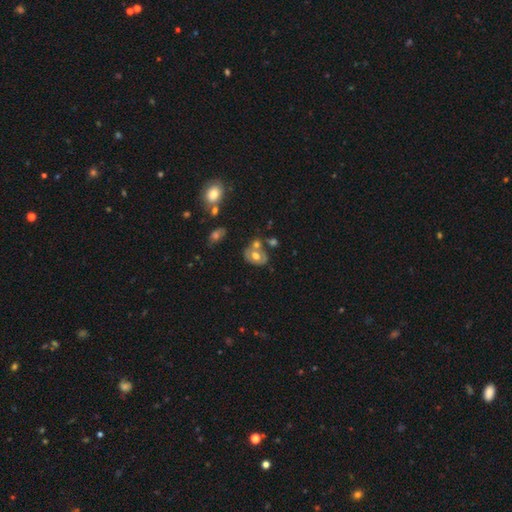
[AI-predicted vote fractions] smooth-or-featured: smooth: 52% | featured or disk: 39% | star or artifact: 9%
  how-rounded: in between: 66% | round: 33% | cigar-shaped: 1%
  merging: none: 43% | merger: 33% | minor disturbance: 17% | major disturbance: 7%